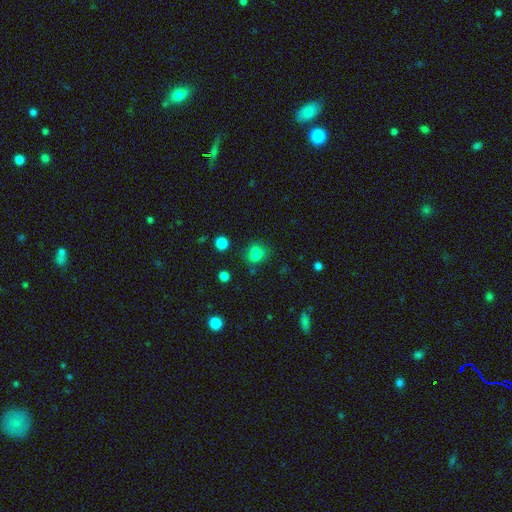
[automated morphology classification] smooth-or-featured: smooth: 76% | star or artifact: 15% | featured or disk: 8%
  how-rounded: round: 66% | in between: 33% | cigar-shaped: 1%
  merging: none: 62% | minor disturbance: 19% | merger: 12% | major disturbance: 7%